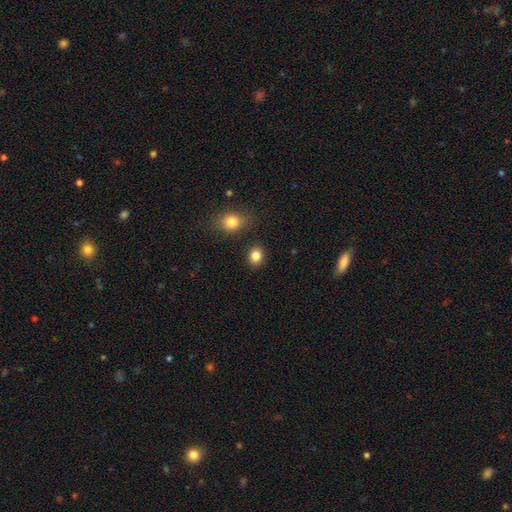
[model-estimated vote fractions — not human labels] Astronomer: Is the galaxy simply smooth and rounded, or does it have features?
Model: smooth — 84%.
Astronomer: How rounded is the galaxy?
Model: round — 60% (runner-up: in between, 39%).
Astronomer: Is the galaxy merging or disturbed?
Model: none — 85%.